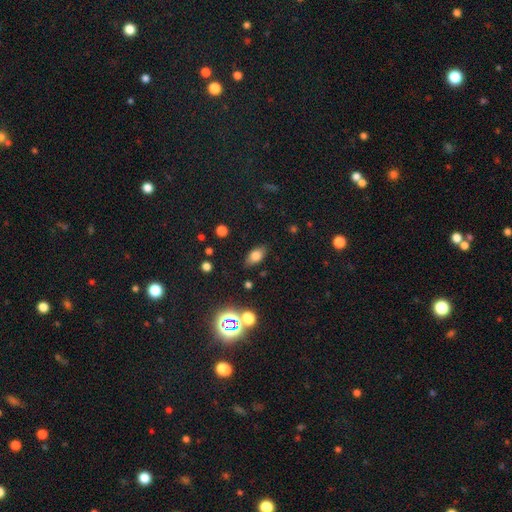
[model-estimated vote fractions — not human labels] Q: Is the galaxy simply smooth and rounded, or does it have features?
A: smooth — 75%.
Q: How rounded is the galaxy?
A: in between — 86%.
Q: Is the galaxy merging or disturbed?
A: none — 82%.